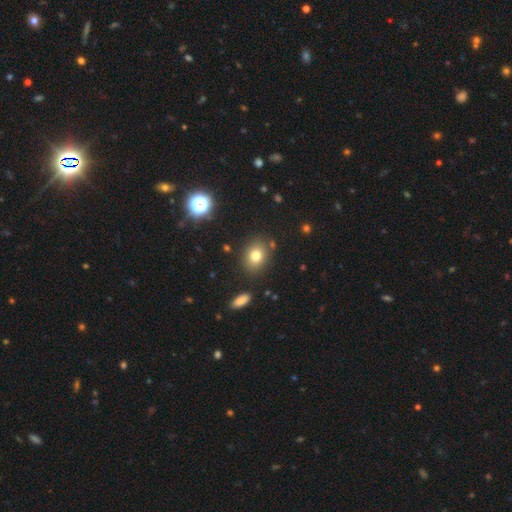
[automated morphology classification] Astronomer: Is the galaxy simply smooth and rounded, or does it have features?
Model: smooth — 78%.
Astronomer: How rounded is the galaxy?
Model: in between — 52% (runner-up: round, 47%).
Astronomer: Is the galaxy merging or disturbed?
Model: none — 83%.